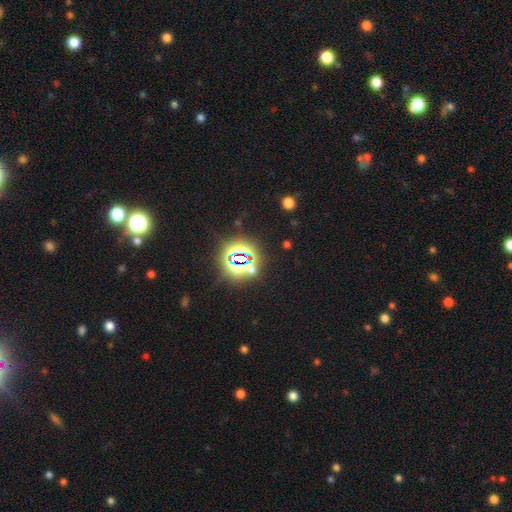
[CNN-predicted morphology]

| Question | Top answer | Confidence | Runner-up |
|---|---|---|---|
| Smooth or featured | star or artifact | 82% | smooth (12%) |